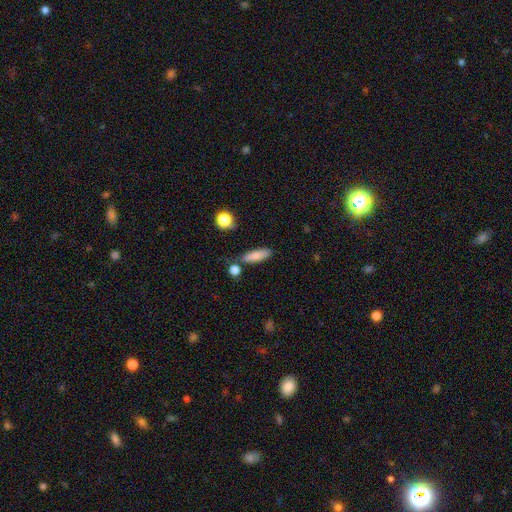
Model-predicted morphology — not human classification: This appears to be a smooth galaxy with no disk features (83%) that is cigar-shaped (51%). Merging: none (77%).